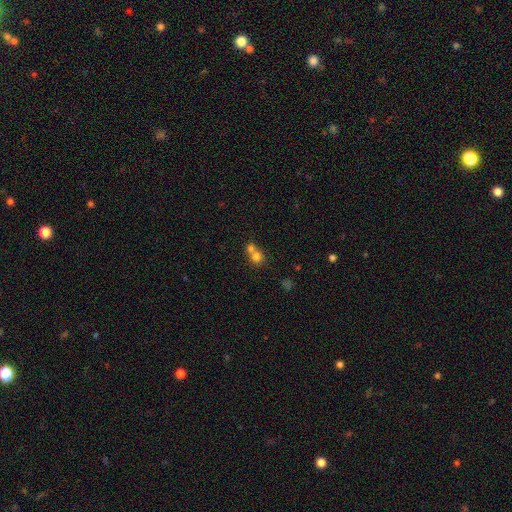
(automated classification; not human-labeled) Q: Smooth or featured?
A: smooth (75%); runner-up: featured or disk (13%)
Q: How rounded?
A: round (82%); runner-up: in between (17%)
Q: Merging?
A: merger (61%); runner-up: none (32%)